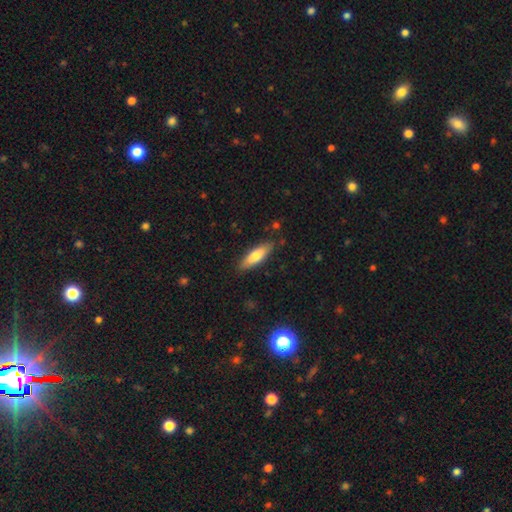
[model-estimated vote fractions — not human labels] The model was most divided on "how rounded": cigar-shaped: 53%, in between: 45%, round: 2%. More confident: merging — none (85%); smooth or featured — smooth (72%).